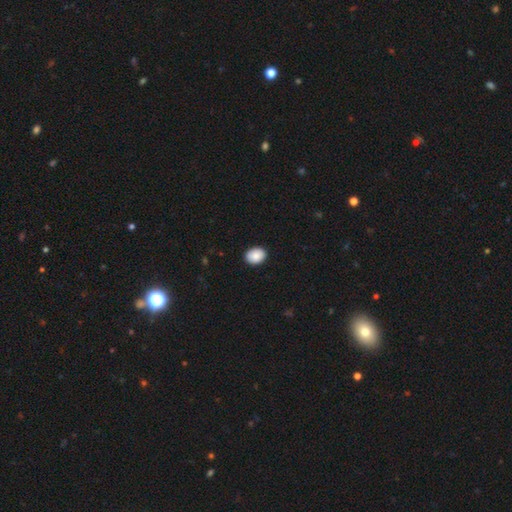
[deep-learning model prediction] The model was most divided on "how rounded": in between: 65%, round: 34%, cigar-shaped: 1%. More confident: merging — none (89%); smooth or featured — smooth (88%).